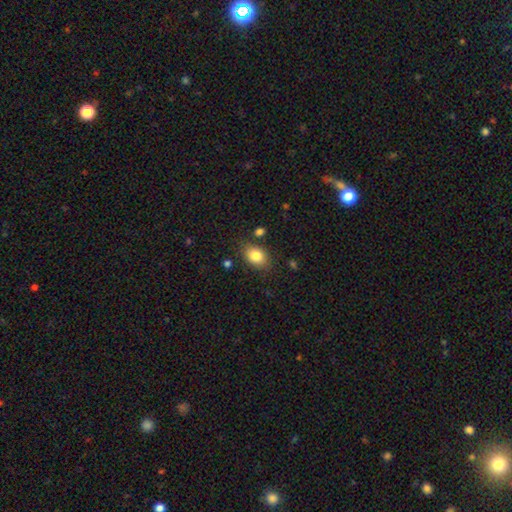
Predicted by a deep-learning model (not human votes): Q: Smooth or featured?
A: smooth (83%); runner-up: star or artifact (9%)
Q: How rounded?
A: in between (75%); runner-up: round (24%)
Q: Merging?
A: none (80%); runner-up: minor disturbance (13%)